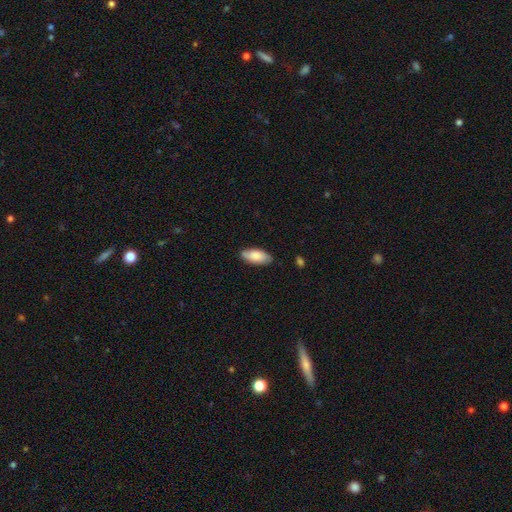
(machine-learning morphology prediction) This appears to be a smooth galaxy with no disk features (81%) that is in between round and cigar-shaped (88%). Merging: none (81%).